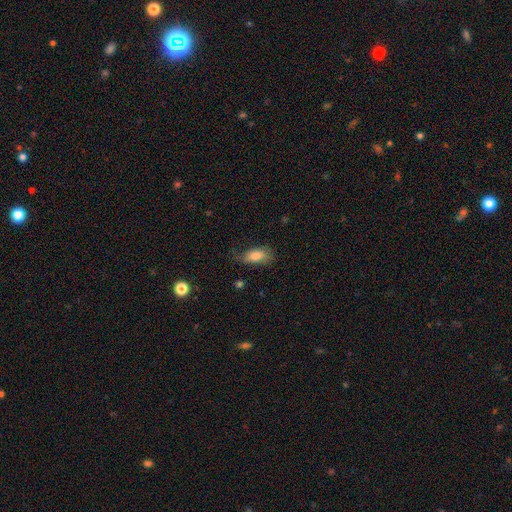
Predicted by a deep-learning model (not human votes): Smooth or featured? Predicted: smooth (p=0.79). How rounded? Predicted: in between (p=0.88). Merging? Predicted: none (p=0.57).